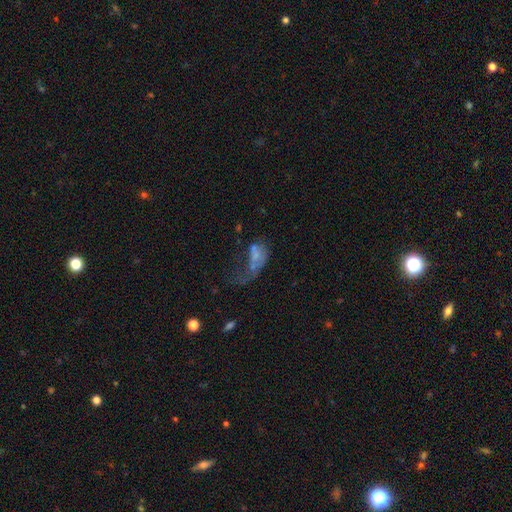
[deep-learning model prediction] Q: Smooth or featured?
A: smooth (44%); runner-up: featured or disk (43%)
Q: Merging?
A: major disturbance (55%); runner-up: merger (21%)